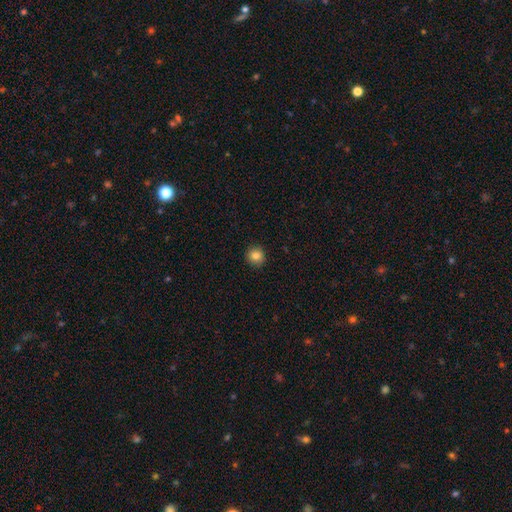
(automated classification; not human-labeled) smooth-or-featured: smooth: 84% | star or artifact: 11% | featured or disk: 5%
  how-rounded: round: 91% | in between: 8% | cigar-shaped: 1%
  merging: none: 92% | minor disturbance: 6% | major disturbance: 2% | merger: 1%